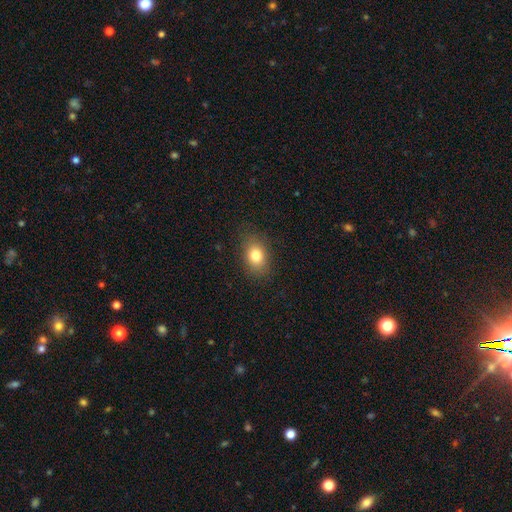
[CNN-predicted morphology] Smooth or featured? Predicted: smooth (p=0.80). How rounded? Predicted: in between (p=0.72). Merging? Predicted: none (p=0.83).